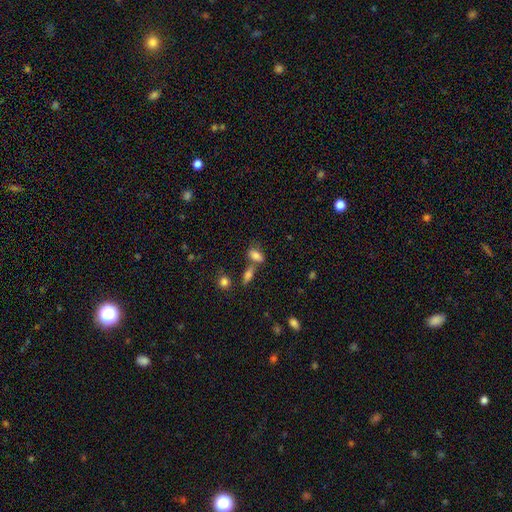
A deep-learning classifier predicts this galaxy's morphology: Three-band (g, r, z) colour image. It shows a smooth galaxy with no disk features (78%) that is in between round and cigar-shaped (85%). Merging: none (43%).